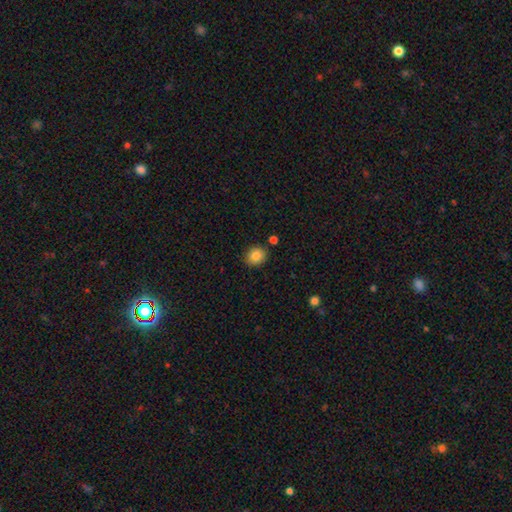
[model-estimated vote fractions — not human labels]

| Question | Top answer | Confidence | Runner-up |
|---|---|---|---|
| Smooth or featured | smooth | 85% | star or artifact (9%) |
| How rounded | round | 76% | in between (23%) |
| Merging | none | 86% | minor disturbance (9%) |